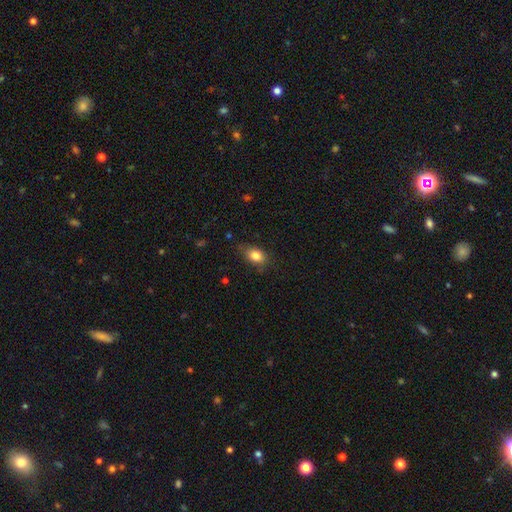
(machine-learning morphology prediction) The model was most divided on "merging": none: 74%, minor disturbance: 21%, major disturbance: 4%, merger: 1%. More confident: smooth or featured — smooth (82%); how rounded — in between (78%).